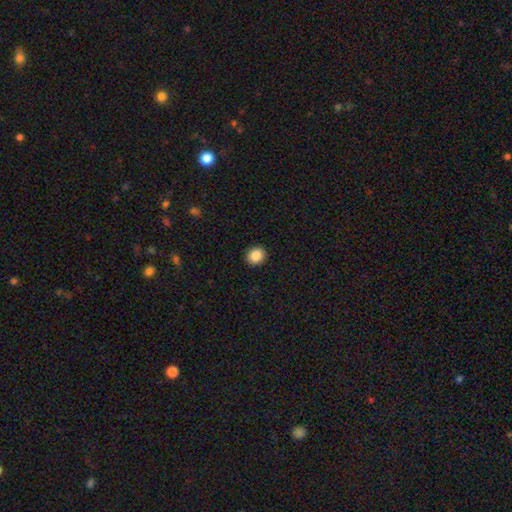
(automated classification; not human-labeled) Smooth or featured? smooth (86%)
How rounded? round (81%)
Merging? none (92%)